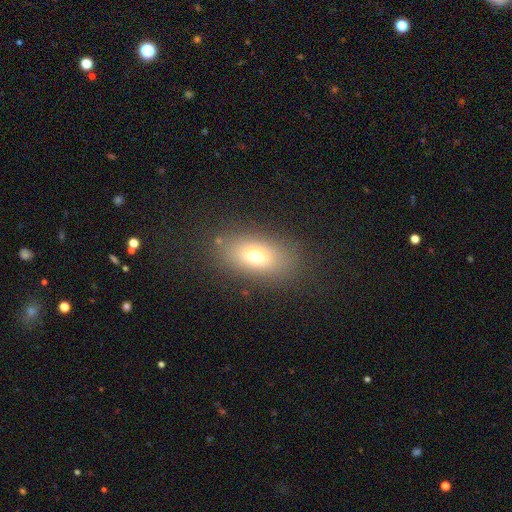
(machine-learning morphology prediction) smooth 70%, featured or disk 16%, star or artifact 14%. Down the decision tree: how rounded — in between (82%); merging — none (82%).